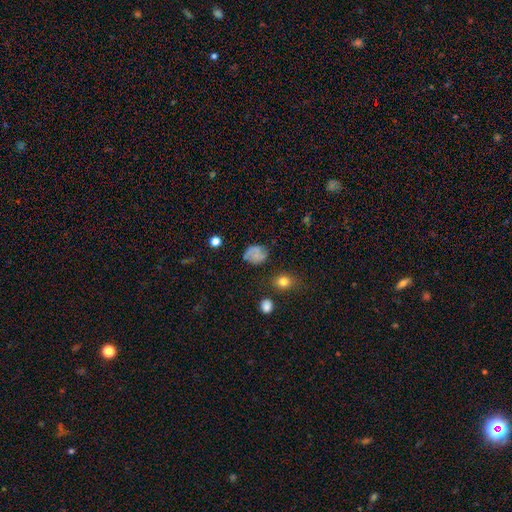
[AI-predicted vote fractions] This appears to be a smooth galaxy with no disk features (63%) that is round (56%). Merging: none (63%).